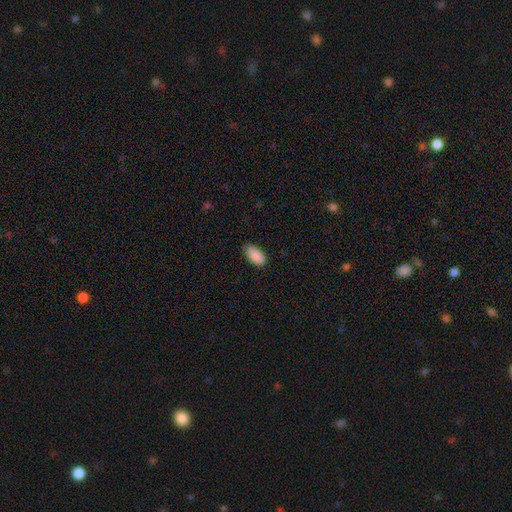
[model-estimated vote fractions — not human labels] smooth-or-featured: smooth: 90% | star or artifact: 7% | featured or disk: 4%
  how-rounded: in between: 94% | cigar-shaped: 4% | round: 2%
  merging: none: 75% | minor disturbance: 21% | major disturbance: 3% | merger: 1%